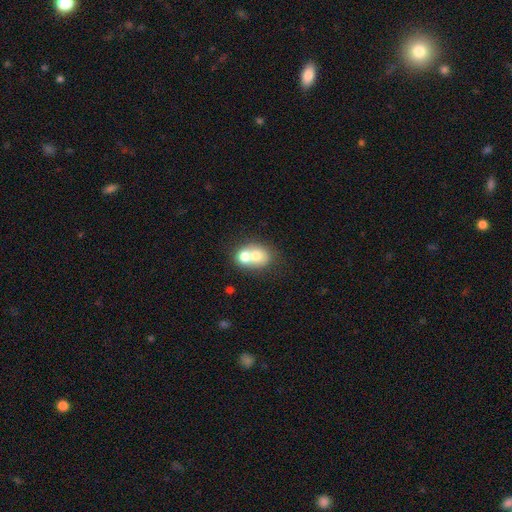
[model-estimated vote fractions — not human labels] Smooth or featured? Predicted: smooth (p=0.69). How rounded? Predicted: round (p=0.59). Merging? Predicted: merger (p=0.68).